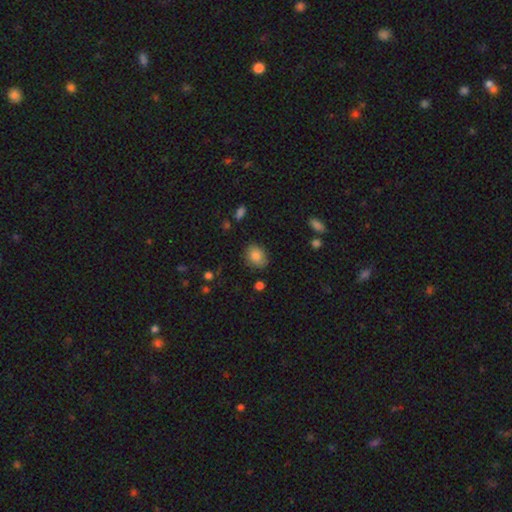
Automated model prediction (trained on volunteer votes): smooth 83%, star or artifact 9%, featured or disk 8%. Down the decision tree: how rounded — in between (55%); merging — none (77%).